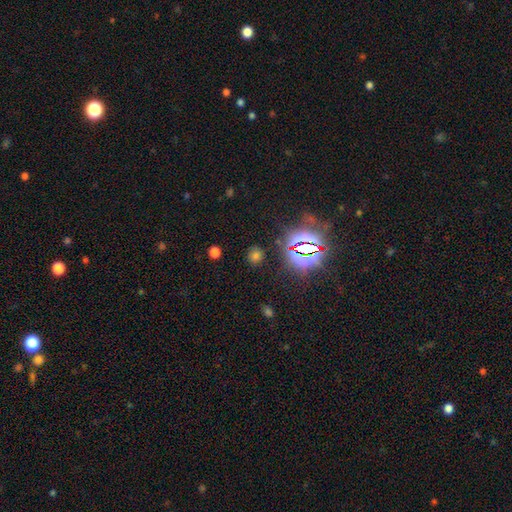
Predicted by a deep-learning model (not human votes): The model was most divided on "smooth or featured": smooth: 55%, star or artifact: 38%, featured or disk: 6%. More confident: merging — none (84%); how rounded — round (78%).